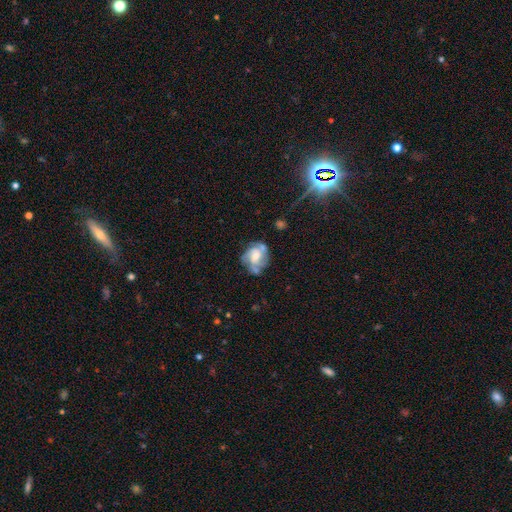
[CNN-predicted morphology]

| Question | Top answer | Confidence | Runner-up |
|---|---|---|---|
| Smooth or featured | featured or disk | 71% | smooth (21%) |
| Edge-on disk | no | 98% | yes (2%) |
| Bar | no | 67% | weak (27%) |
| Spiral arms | yes | 85% | no (15%) |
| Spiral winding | medium | 43% | tight (41%) |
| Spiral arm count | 3 | 39% | can't tell (23%) |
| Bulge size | moderate | 53% | small (33%) |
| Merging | none | 57% | minor disturbance (24%) |